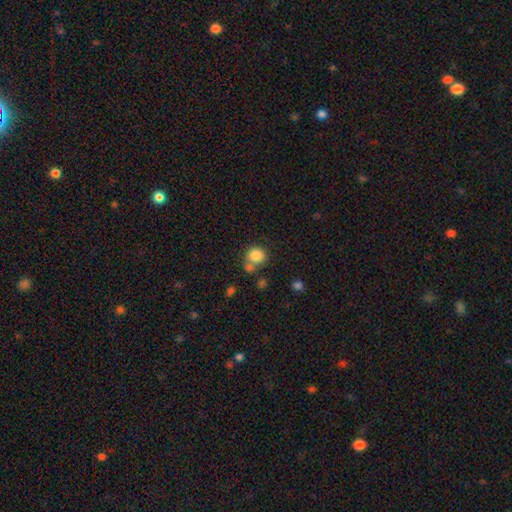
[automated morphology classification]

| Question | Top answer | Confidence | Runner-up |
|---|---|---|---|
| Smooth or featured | smooth | 84% | star or artifact (10%) |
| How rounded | round | 81% | in between (18%) |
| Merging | none | 57% | merger (24%) |